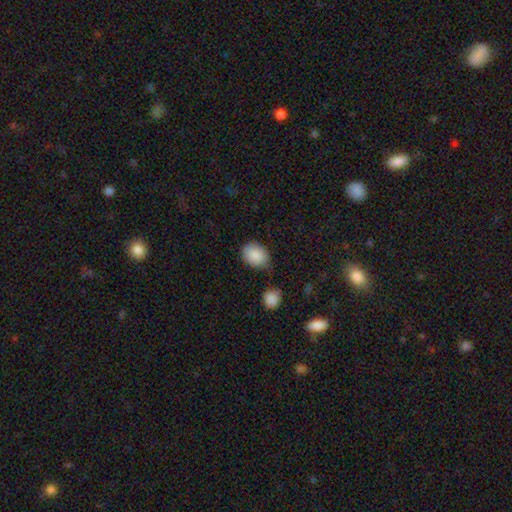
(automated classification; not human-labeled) Overall: smooth (88%). How rounded: in between (70%). Merging: none (64%; minor disturbance 25%).